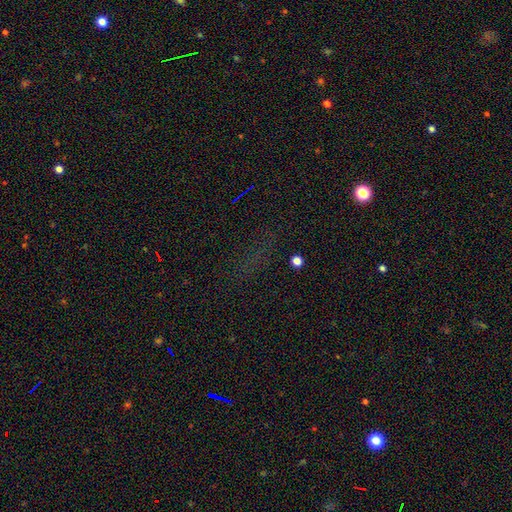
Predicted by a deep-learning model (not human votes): This appears to be a star or artifact, not a galaxy (61%).